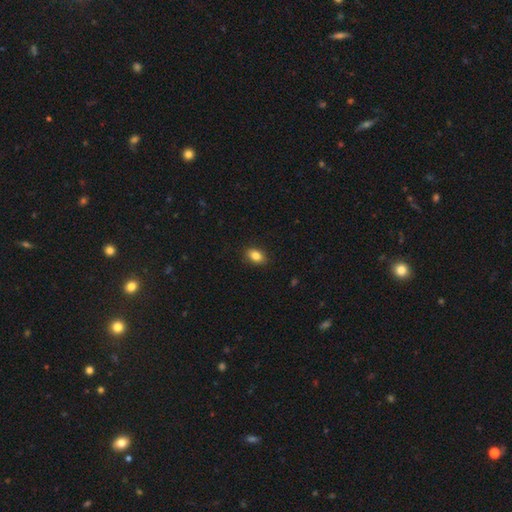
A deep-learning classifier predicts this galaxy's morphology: A smooth galaxy with no disk features (84%) that is in between round and cigar-shaped (82%).

Vote fractions:
- Smooth or featured? smooth: 84% / star or artifact: 9% / featured or disk: 7%
- How rounded? in between: 82% / round: 16% / cigar-shaped: 2%
- Merging? none: 88% / minor disturbance: 9% / major disturbance: 2% / merger: 1%